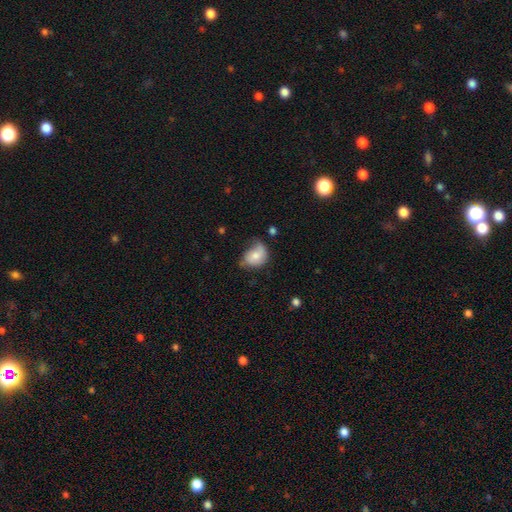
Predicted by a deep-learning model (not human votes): Smooth or featured? smooth (70%)
How rounded? in between (61%)
Merging? minor disturbance (42%)